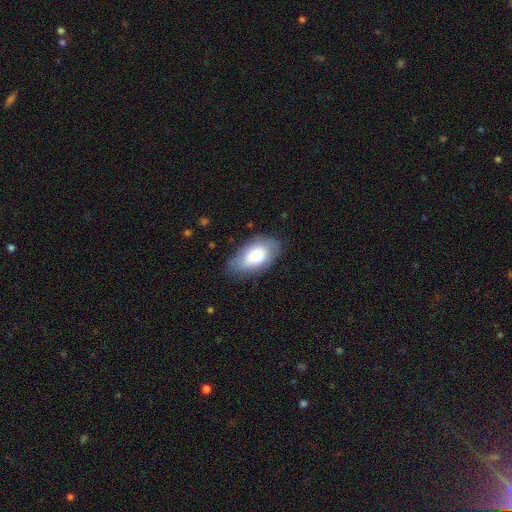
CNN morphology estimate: Smooth or featured? Predicted: smooth (p=0.79). How rounded? Predicted: in between (p=0.94). Merging? Predicted: none (p=0.72).